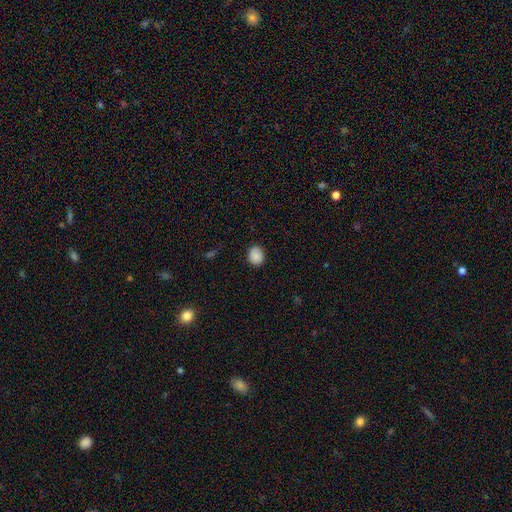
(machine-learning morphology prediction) A smooth galaxy with no disk features (88%) that is round (54%).

Vote fractions:
- Smooth or featured? smooth: 88% / star or artifact: 8% / featured or disk: 4%
- How rounded? round: 54% / in between: 45% / cigar-shaped: 1%
- Merging? none: 86% / minor disturbance: 11% / major disturbance: 2% / merger: 1%